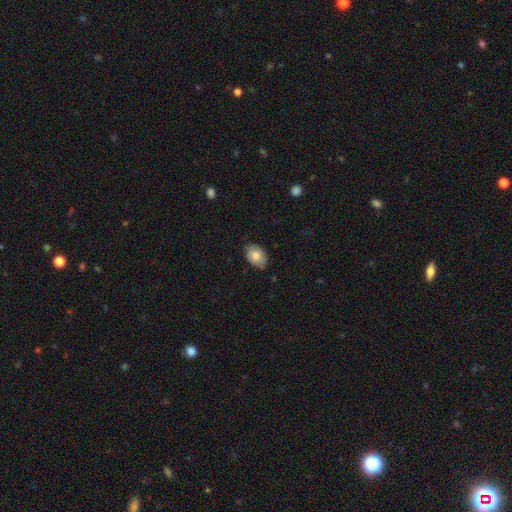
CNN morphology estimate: Smooth or featured?
  - smooth: 79% *
  - featured or disk: 14%
  - star or artifact: 7%
How rounded?
  - in between: 82% *
  - round: 17%
  - cigar-shaped: 1%
Merging?
  - none: 78% *
  - minor disturbance: 18%
  - major disturbance: 3%
  - merger: 1%